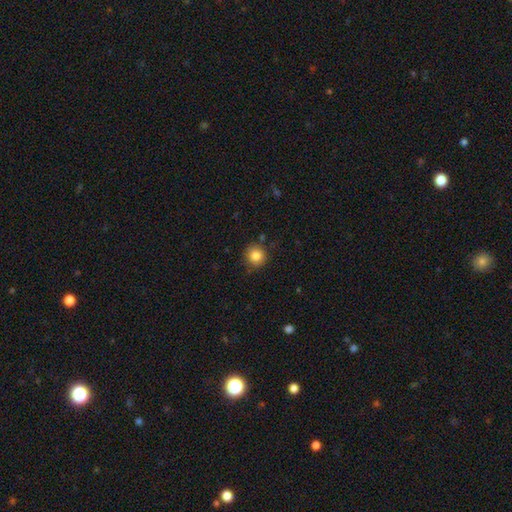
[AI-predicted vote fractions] smooth 84%, star or artifact 10%, featured or disk 6%. Down the decision tree: how rounded — round (93%); merging — none (86%).